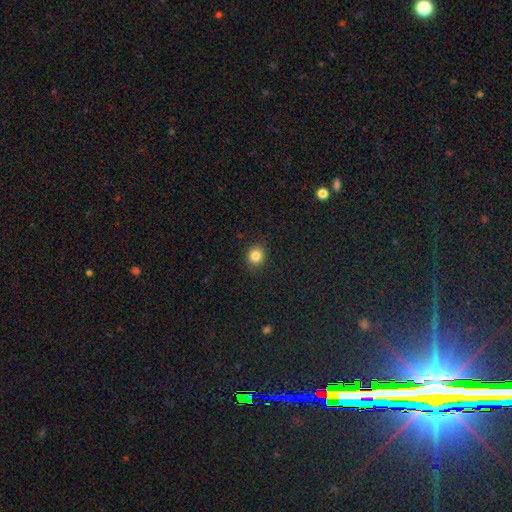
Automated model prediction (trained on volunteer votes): smooth 84%, star or artifact 11%, featured or disk 5%. Down the decision tree: how rounded — round (83%); merging — none (91%).